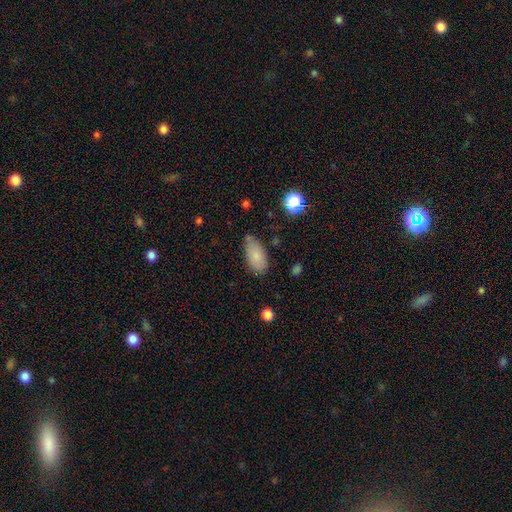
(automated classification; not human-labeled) smooth_or_featured: smooth (p=0.81) [alt: featured or disk p=0.11]
how_rounded: in between (p=0.90) [alt: cigar-shaped p=0.06]
merging: none (p=0.65) [alt: minor disturbance p=0.25]